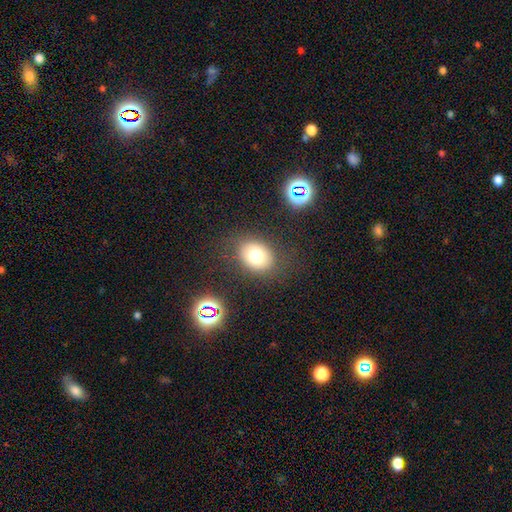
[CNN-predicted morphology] smooth 73%, featured or disk 15%, star or artifact 13%. Down the decision tree: how rounded — in between (61%); merging — none (81%).